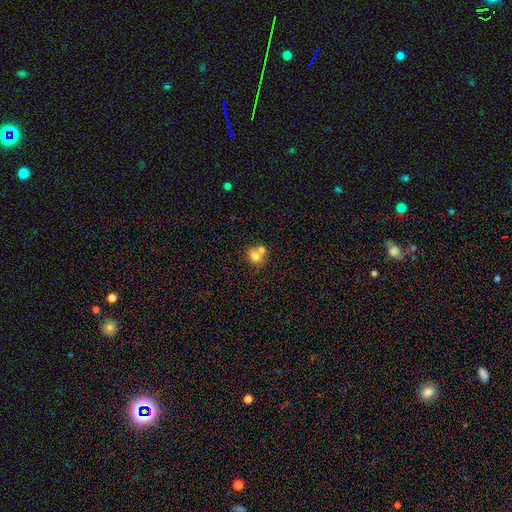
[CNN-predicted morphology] Smooth or featured: smooth — 72% (featured or disk — 17%)
How rounded: round — 63% (in between — 36%)
Merging: merger — 51% (none — 36%)